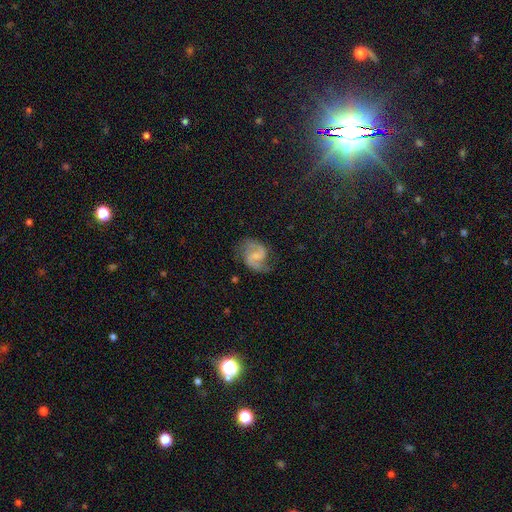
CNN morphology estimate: The model was most divided on "bar": weak: 51%, no: 37%, strong: 11%. Remaining: edge-on disk — no (98%); spiral arms — yes (96%); spiral arm count — 2 (91%); smooth or featured — featured or disk (83%); merging — none (71%); spiral winding — medium (55%); bulge size — small (47%).